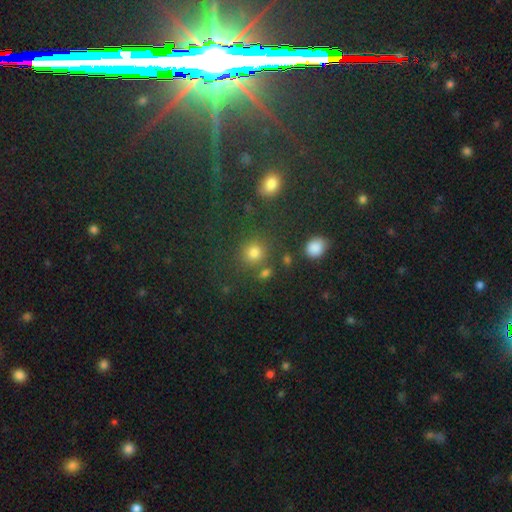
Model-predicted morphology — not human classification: Smooth or featured? Predicted: smooth (p=0.57). How rounded? Predicted: round (p=0.88). Merging? Predicted: none (p=0.83).